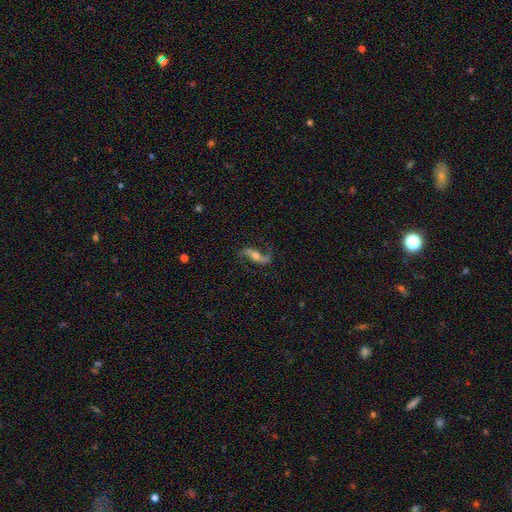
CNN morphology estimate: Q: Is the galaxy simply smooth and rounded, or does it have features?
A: featured or disk — 82%.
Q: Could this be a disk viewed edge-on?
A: no — 89%.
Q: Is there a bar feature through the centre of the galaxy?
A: strong — 38%.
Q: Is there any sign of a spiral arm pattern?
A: yes — 95%.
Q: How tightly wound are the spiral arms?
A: loose — 74%.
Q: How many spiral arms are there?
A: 2 — 90%.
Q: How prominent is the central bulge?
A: moderate — 57%.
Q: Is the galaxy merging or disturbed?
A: none — 75%.